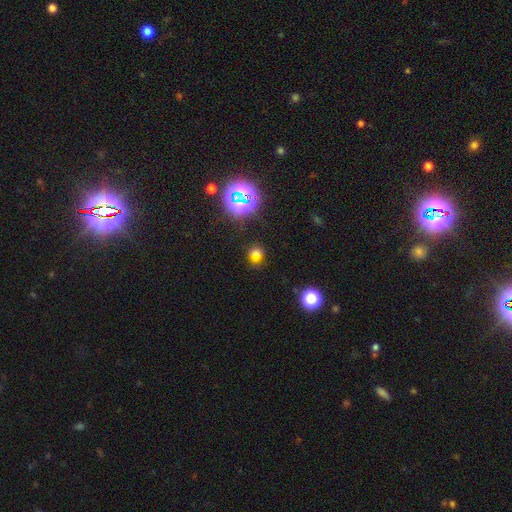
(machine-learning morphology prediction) smooth 59%, star or artifact 31%, featured or disk 10%. Down the decision tree: how rounded — round (70%); merging — none (71%).